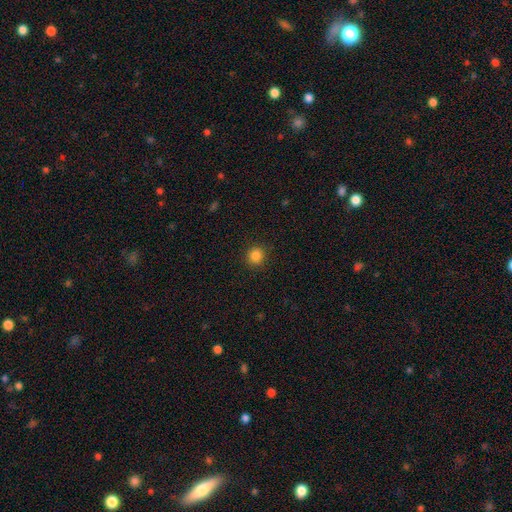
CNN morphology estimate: Q: Smooth or featured?
A: smooth (85%); runner-up: star or artifact (12%)
Q: How rounded?
A: round (89%); runner-up: in between (11%)
Q: Merging?
A: none (91%); runner-up: minor disturbance (6%)